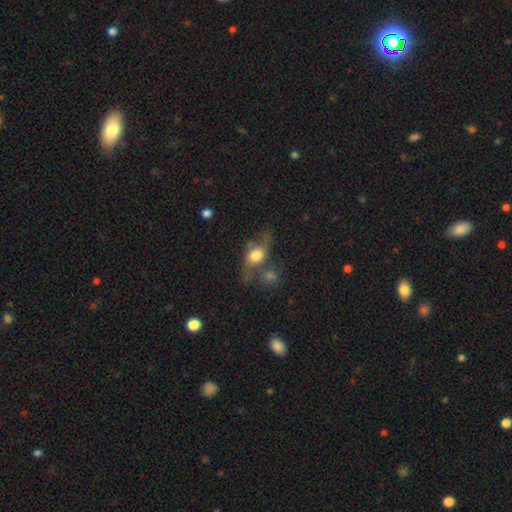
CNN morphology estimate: Overall: smooth (53%; featured or disk 37%). How rounded: in between (58%; round 33%). Merging: none (37%; merger 24%).